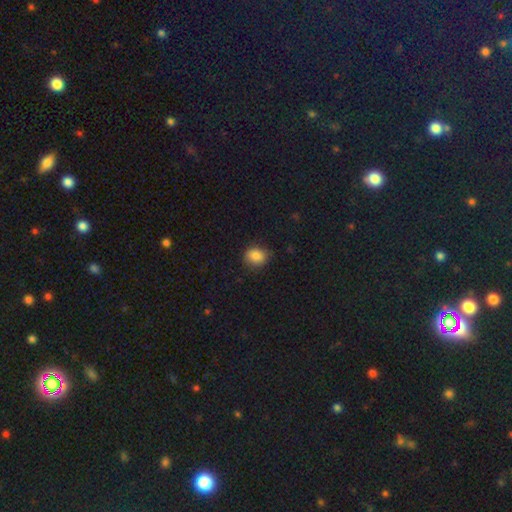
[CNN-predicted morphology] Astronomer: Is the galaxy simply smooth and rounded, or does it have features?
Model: smooth — 85%.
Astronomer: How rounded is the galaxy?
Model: round — 65%.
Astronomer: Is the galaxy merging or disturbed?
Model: none — 79%.